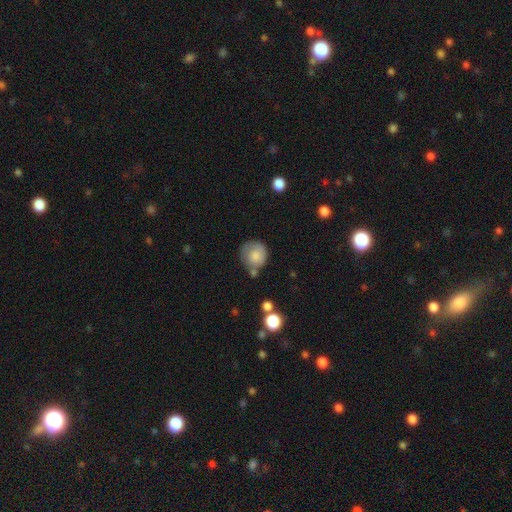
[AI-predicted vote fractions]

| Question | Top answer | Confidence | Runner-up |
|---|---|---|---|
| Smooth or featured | smooth | 79% | featured or disk (13%) |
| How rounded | round | 84% | in between (15%) |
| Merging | none | 57% | minor disturbance (25%) |